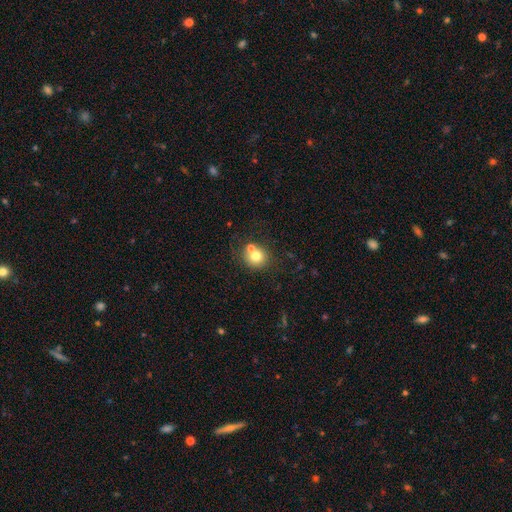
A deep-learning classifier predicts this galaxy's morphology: Smooth or featured? smooth (74%)
How rounded? round (85%)
Merging? none (56%)